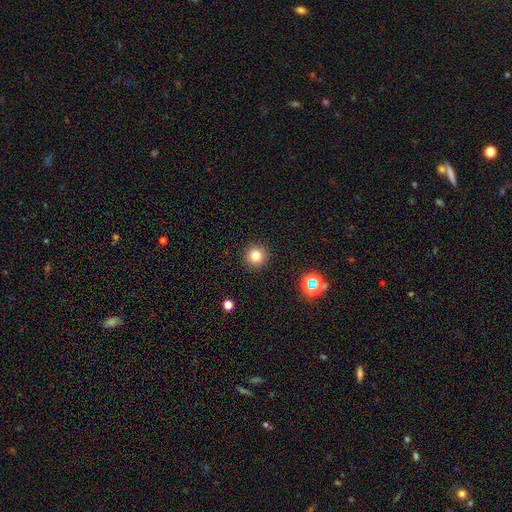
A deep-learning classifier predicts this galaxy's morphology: smooth 79%, star or artifact 14%, featured or disk 6%. Down the decision tree: how rounded — round (95%); merging — none (92%).